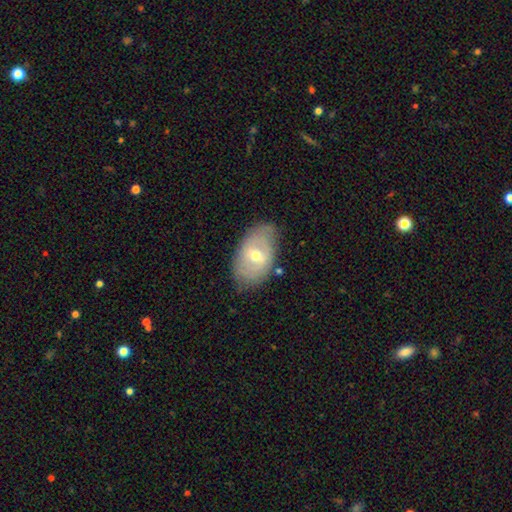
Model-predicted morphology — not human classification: smooth_or_featured: featured or disk (p=0.53) [alt: smooth p=0.40]
disk_edge_on: no (p=0.91) [alt: yes p=0.09]
merging: none (p=0.73) [alt: minor disturbance p=0.20]